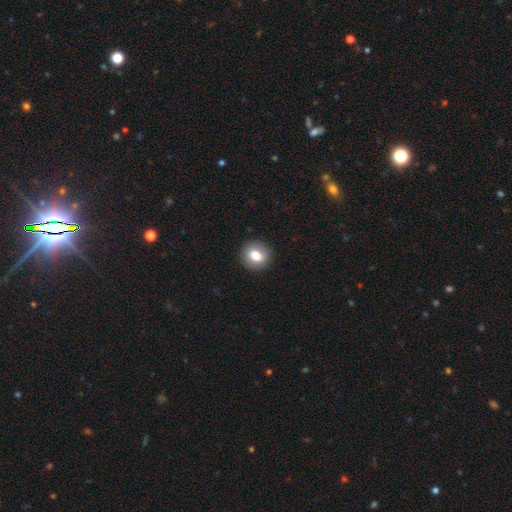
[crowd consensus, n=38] smooth 71%, featured or disk 21%, star or artifact 8%. Down the decision tree: how rounded — round (78%); merging — none (77%).